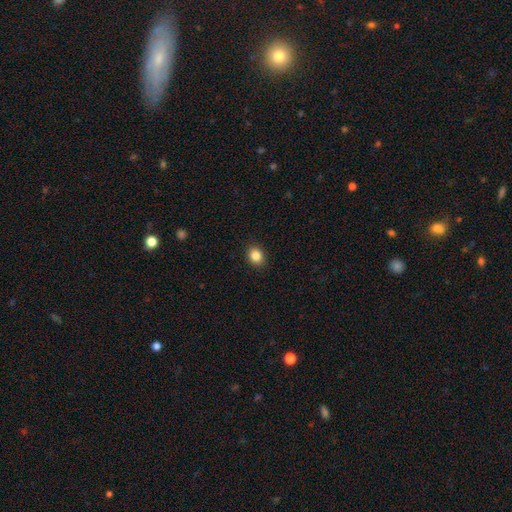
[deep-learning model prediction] Overall: smooth (85%). How rounded: round (54%; in between 45%). Merging: none (90%).